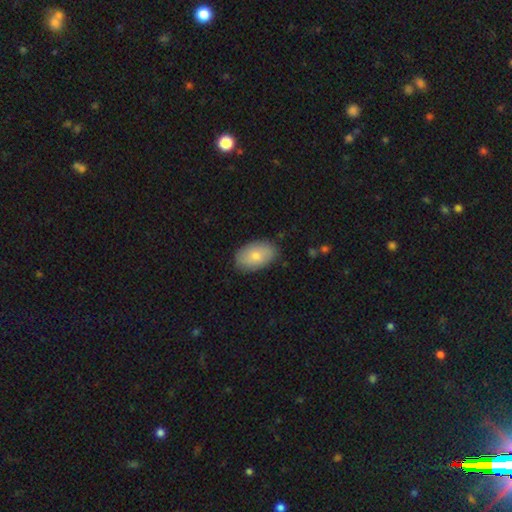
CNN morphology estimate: This is likely a smooth galaxy (78%). How rounded: clearly in between (91%). Merging: clearly none (84%).